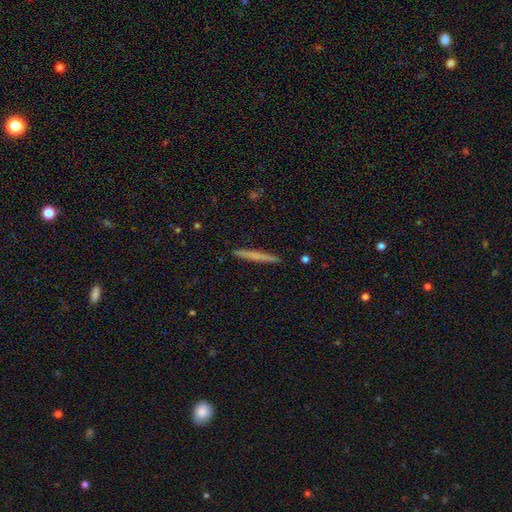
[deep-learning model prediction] Q: Smooth or featured?
A: smooth (60%); runner-up: featured or disk (34%)
Q: How rounded?
A: cigar-shaped (97%); runner-up: in between (2%)
Q: Merging?
A: none (92%); runner-up: minor disturbance (5%)